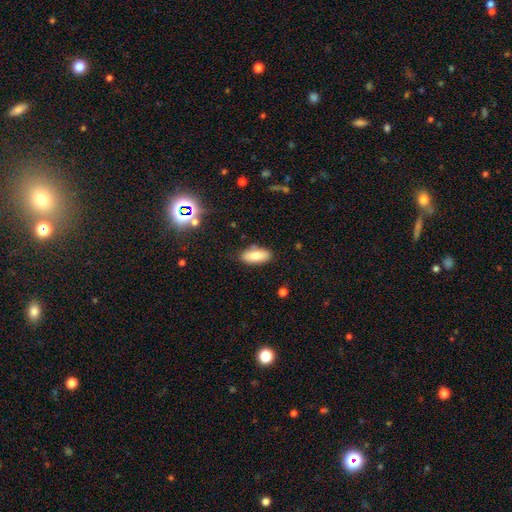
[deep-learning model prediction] A smooth galaxy with no disk features (80%) that is in between round and cigar-shaped (86%).

Vote fractions:
- Smooth or featured? smooth: 80% / featured or disk: 12% / star or artifact: 8%
- How rounded? in between: 86% / cigar-shaped: 11% / round: 2%
- Merging? none: 82% / minor disturbance: 13% / major disturbance: 3% / merger: 2%